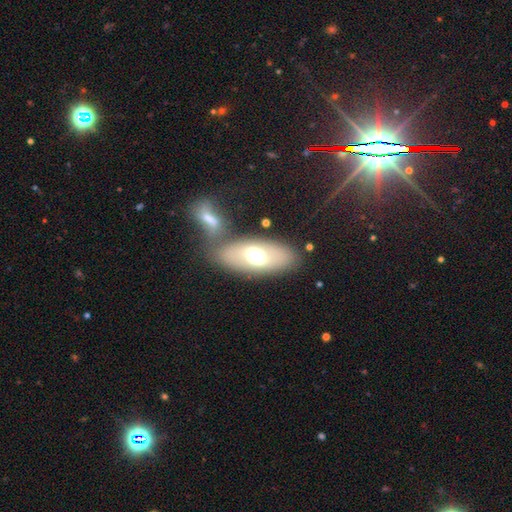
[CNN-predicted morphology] This appears to be a smooth galaxy with no disk features (57%) that is in between round and cigar-shaped (87%). Merging: none (58%).